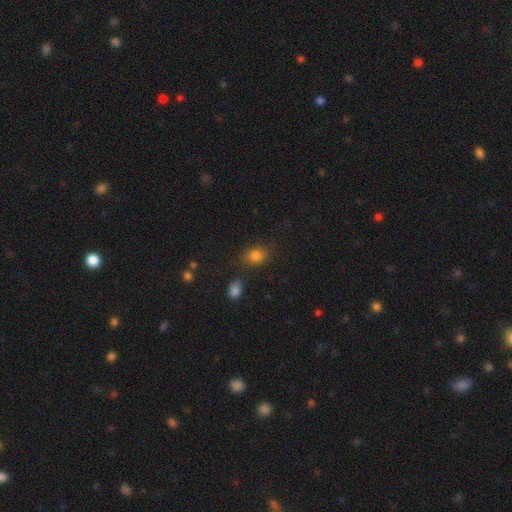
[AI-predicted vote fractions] Q: Smooth or featured?
A: smooth (80%); runner-up: star or artifact (13%)
Q: How rounded?
A: round (51%); runner-up: in between (47%)
Q: Merging?
A: none (77%); runner-up: minor disturbance (14%)